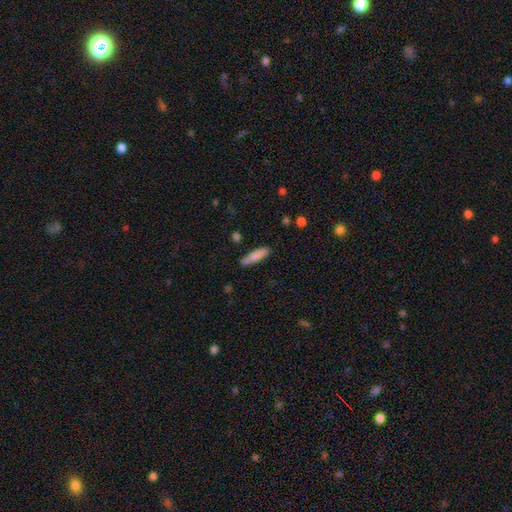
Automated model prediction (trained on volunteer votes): Q: Smooth or featured?
A: smooth (81%); runner-up: featured or disk (13%)
Q: How rounded?
A: cigar-shaped (76%); runner-up: in between (22%)
Q: Merging?
A: none (80%); runner-up: minor disturbance (14%)